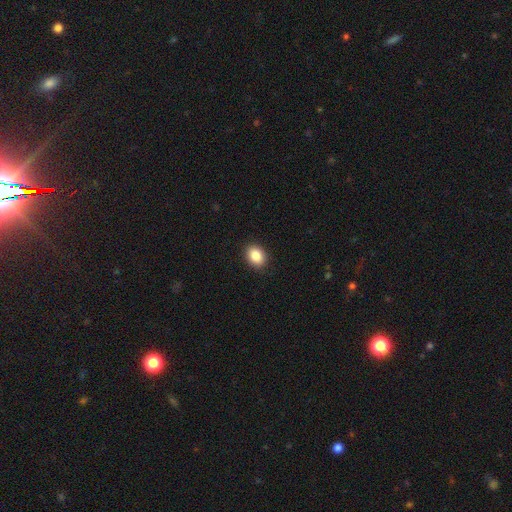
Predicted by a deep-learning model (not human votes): smooth 86%, star or artifact 9%, featured or disk 5%. Down the decision tree: how rounded — in between (63%); merging — none (90%).